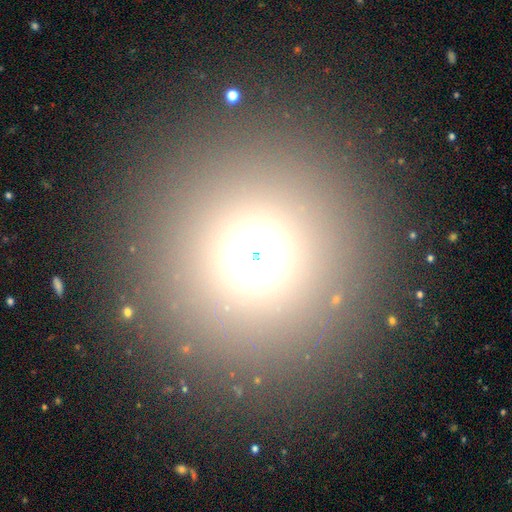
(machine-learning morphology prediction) smooth-or-featured: smooth: 52% | star or artifact: 36% | featured or disk: 12%
  how-rounded: round: 94% | in between: 5% | cigar-shaped: 1%
  merging: none: 89% | minor disturbance: 6% | major disturbance: 4% | merger: 2%